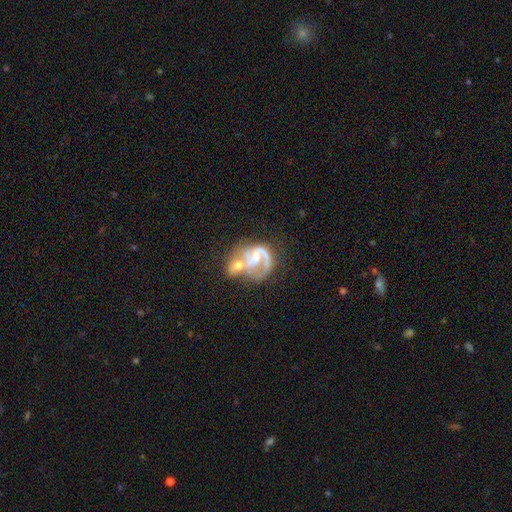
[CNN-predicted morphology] Smooth or featured? featured or disk (78%)
Edge-on disk? no (98%)
Bar? weak (42%)
Spiral arms? yes (84%)
Spiral winding? medium (44%)
Spiral arm count? 2 (53%)
Bulge size? moderate (41%)
Merging? merger (59%)